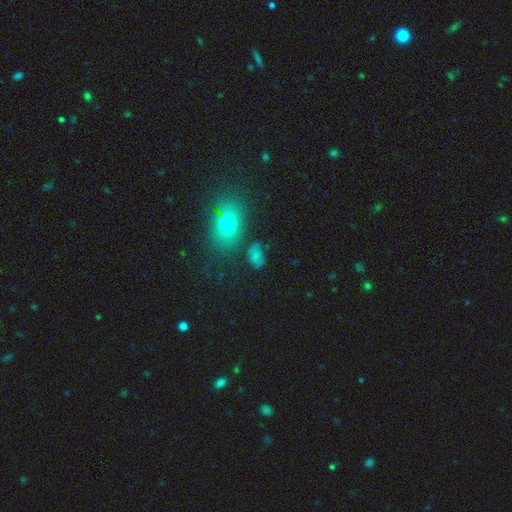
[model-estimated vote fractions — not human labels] Smooth or featured? Predicted: smooth (p=0.64). How rounded? Predicted: in between (p=0.78). Merging? Predicted: none (p=0.62).